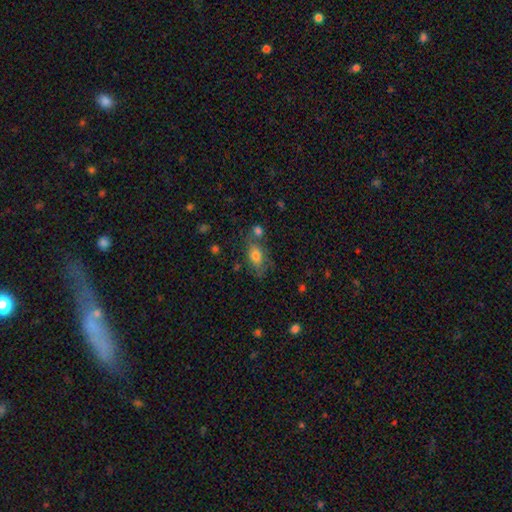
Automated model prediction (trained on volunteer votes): Q: Smooth or featured?
A: smooth (71%); runner-up: featured or disk (19%)
Q: How rounded?
A: in between (83%); runner-up: round (12%)
Q: Merging?
A: none (51%); runner-up: minor disturbance (21%)